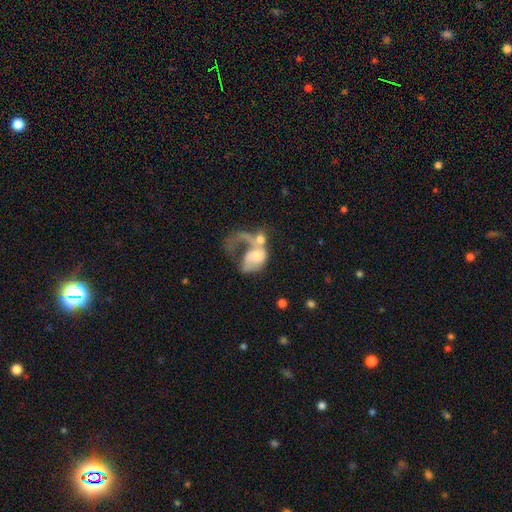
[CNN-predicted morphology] featured or disk 52%, smooth 40%, star or artifact 8%. Down the decision tree: edge-on disk — no (97%); bar — no (76%); spiral arms — yes (52%); bulge size — moderate (37%); merging — merger (44%).